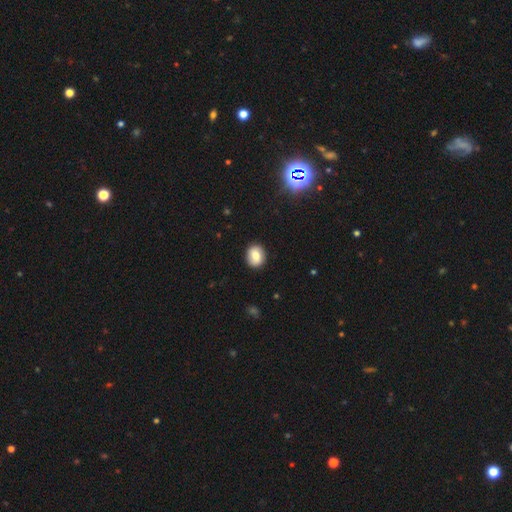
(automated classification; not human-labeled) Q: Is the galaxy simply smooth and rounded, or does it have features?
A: smooth — 73%.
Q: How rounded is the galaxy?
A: round — 56%.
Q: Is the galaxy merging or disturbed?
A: none — 88%.